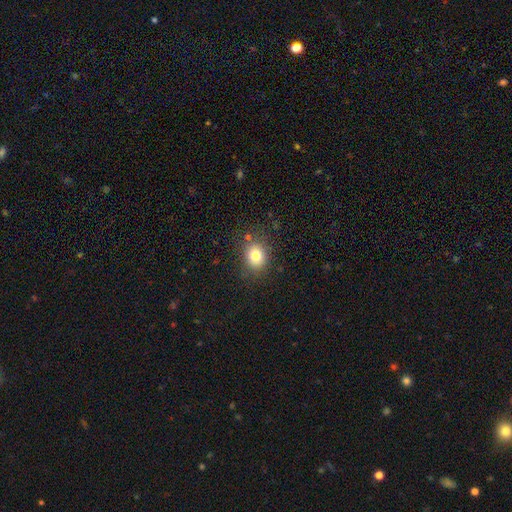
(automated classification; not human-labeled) smooth-or-featured: smooth: 80% | star or artifact: 11% | featured or disk: 9%
  how-rounded: round: 60% | in between: 39% | cigar-shaped: 1%
  merging: none: 80% | minor disturbance: 13% | major disturbance: 4% | merger: 3%